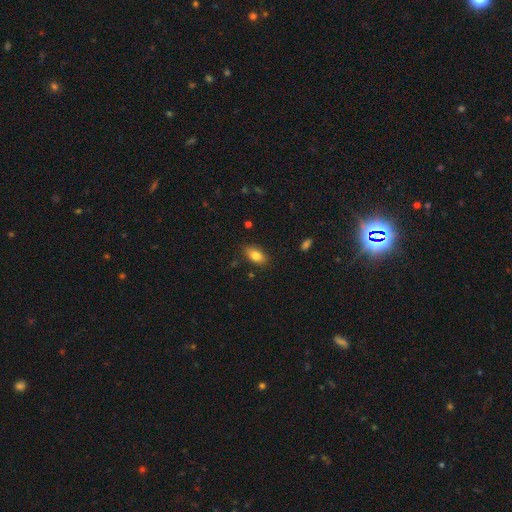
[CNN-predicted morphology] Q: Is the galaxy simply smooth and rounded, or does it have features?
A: smooth — 81%.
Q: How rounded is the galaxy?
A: in between — 89%.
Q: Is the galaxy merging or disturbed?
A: none — 82%.